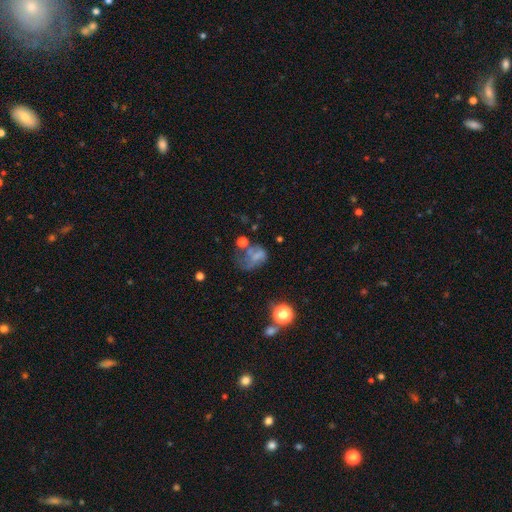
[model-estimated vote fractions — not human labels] smooth_or_featured: smooth (p=0.46) [alt: featured or disk p=0.36]
merging: major disturbance (p=0.41) [alt: none p=0.25]